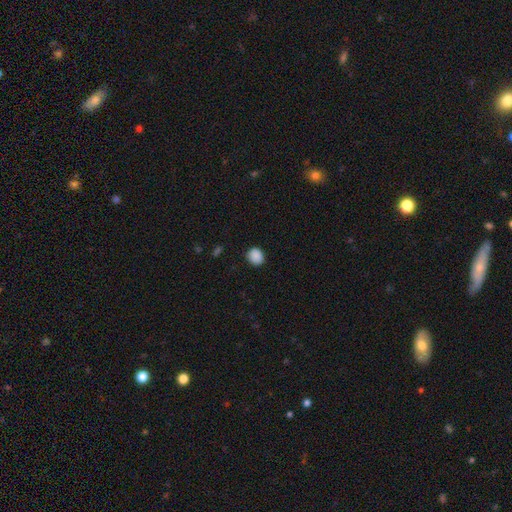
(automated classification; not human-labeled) This is clearly a smooth galaxy (89%). How rounded: likely round (73%). Merging: clearly none (88%).